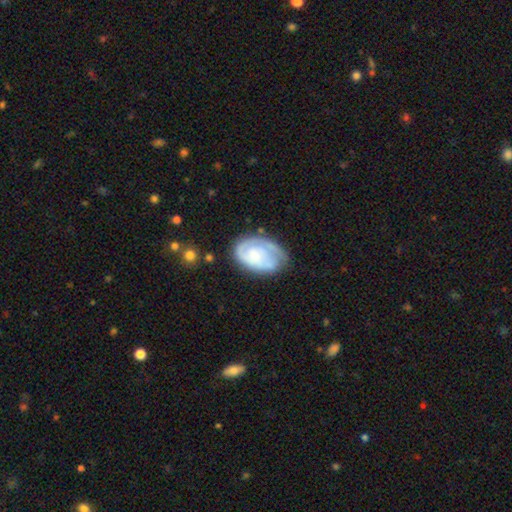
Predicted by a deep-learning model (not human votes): Morphology: type=featured or disk (64%); edge-on=no (97%); bar=no (76%); spiral arms=yes (83%); winding=tight (62%); arm count=can't tell (32%); bulge=small (48%); merging=none (58%).